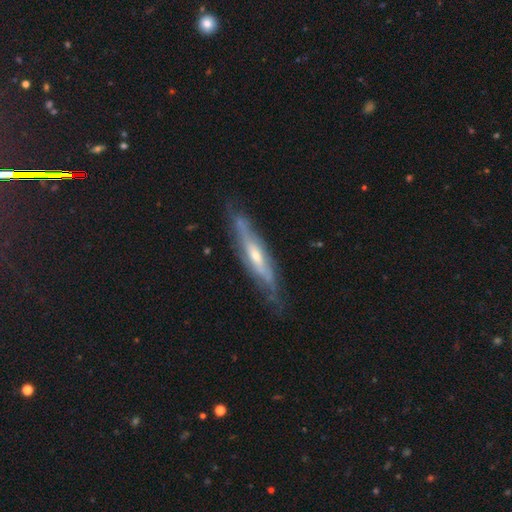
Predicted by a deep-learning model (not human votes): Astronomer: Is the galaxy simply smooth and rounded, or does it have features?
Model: featured or disk — 77%.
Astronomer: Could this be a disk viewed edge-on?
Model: yes — 70%.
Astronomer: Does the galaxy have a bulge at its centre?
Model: rounded — 70%.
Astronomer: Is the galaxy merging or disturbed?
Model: none — 73%.